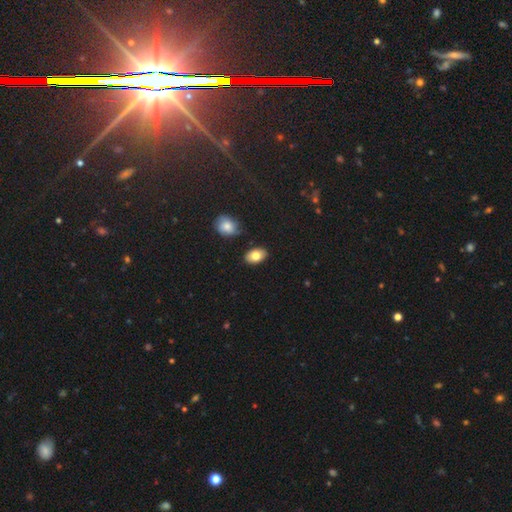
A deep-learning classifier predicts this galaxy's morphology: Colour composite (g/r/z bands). It shows a smooth galaxy with no disk features (80%) that is in between round and cigar-shaped (88%). Merging: none (86%).